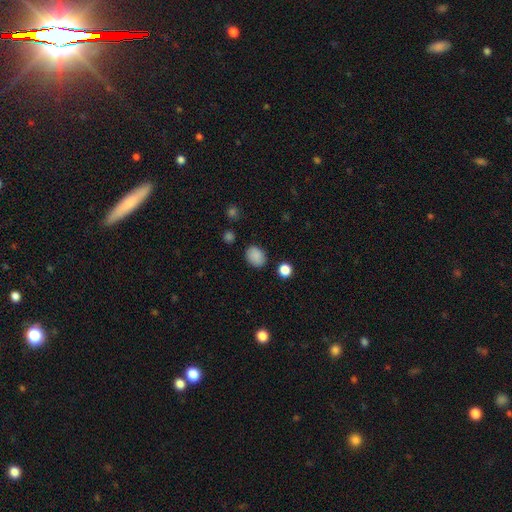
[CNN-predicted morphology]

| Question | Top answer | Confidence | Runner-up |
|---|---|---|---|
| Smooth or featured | smooth | 87% | star or artifact (9%) |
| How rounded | in between | 65% | round (34%) |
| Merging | none | 83% | minor disturbance (12%) |